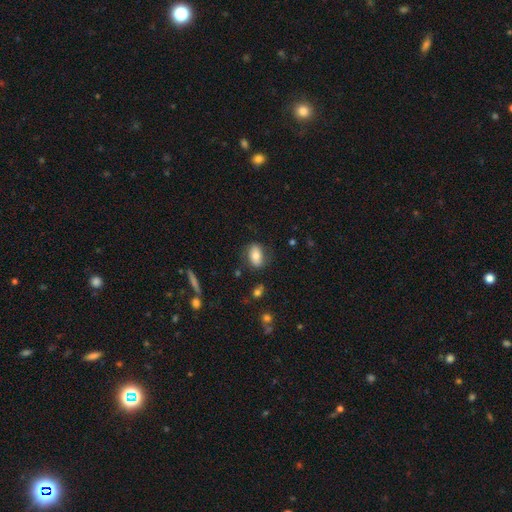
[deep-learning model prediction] Smooth or featured? Predicted: smooth (p=0.72). How rounded? Predicted: in between (p=0.85). Merging? Predicted: none (p=0.73).